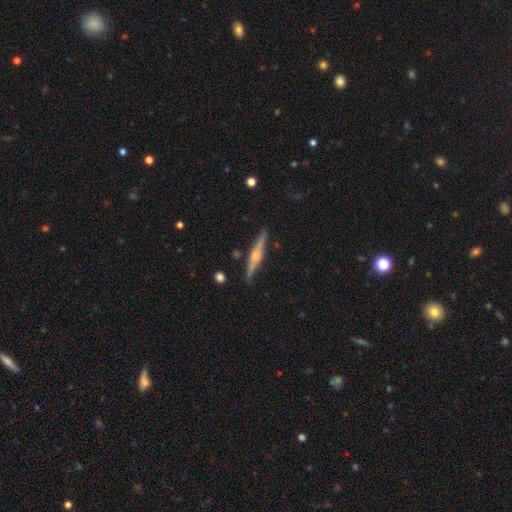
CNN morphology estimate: smooth_or_featured: featured or disk (p=0.69) [alt: smooth p=0.25]
disk_edge_on: yes (p=0.98) [alt: no p=0.02]
edge_on_bulge: rounded (p=0.83) [alt: boxy p=0.09]
merging: none (p=0.88) [alt: minor disturbance p=0.08]